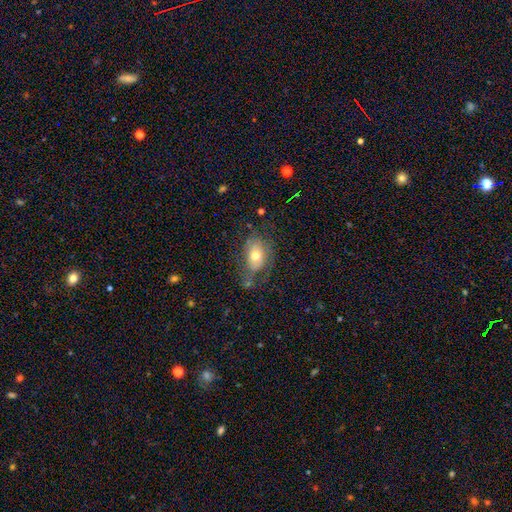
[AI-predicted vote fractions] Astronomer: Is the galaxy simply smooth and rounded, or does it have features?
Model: smooth — 59%.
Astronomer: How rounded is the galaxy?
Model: in between — 79%.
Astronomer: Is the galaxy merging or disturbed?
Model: none — 49% (runner-up: minor disturbance, 27%).